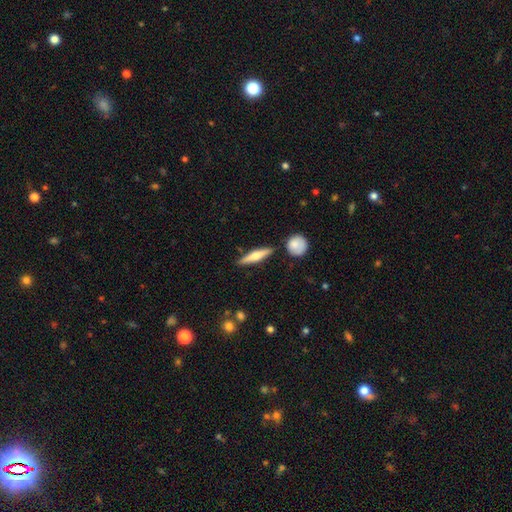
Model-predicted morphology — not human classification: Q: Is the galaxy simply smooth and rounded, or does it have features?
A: featured or disk — 48%.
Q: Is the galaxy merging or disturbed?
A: none — 84%.